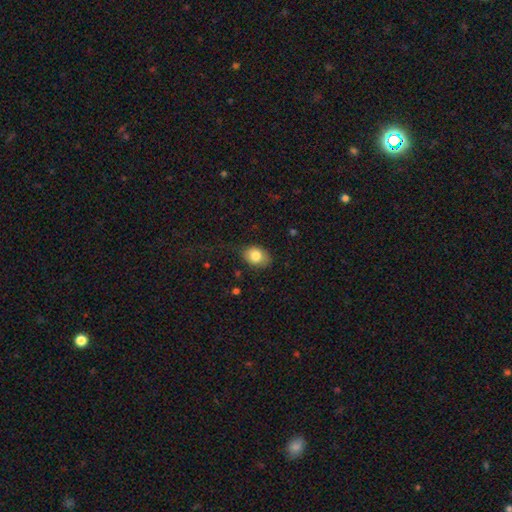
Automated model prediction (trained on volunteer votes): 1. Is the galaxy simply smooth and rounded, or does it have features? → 82% smooth, 9% featured or disk, 8% star or artifact.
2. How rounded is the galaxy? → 67% in between, 32% round, 1% cigar-shaped.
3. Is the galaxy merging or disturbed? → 75% none, 19% minor disturbance, 5% major disturbance, 1% merger.